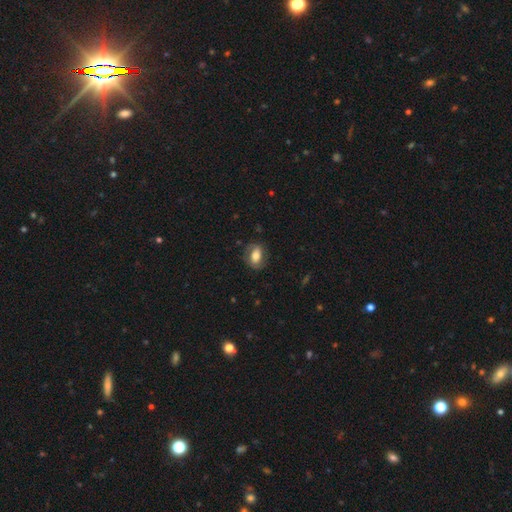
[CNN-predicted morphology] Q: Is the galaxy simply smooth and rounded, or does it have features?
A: smooth — 58%.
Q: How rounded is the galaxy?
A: in between — 76%.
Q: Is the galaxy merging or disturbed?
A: none — 75%.